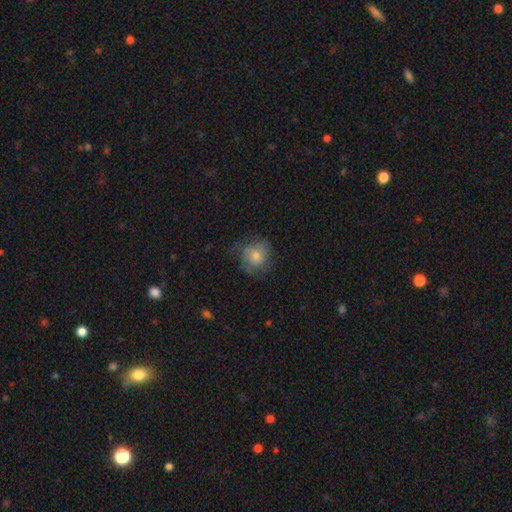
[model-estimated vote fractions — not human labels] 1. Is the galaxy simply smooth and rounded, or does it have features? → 52% smooth, 37% featured or disk, 11% star or artifact.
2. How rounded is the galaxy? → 79% round, 20% in between, 1% cigar-shaped.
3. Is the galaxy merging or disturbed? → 63% none, 23% minor disturbance, 12% major disturbance, 1% merger.